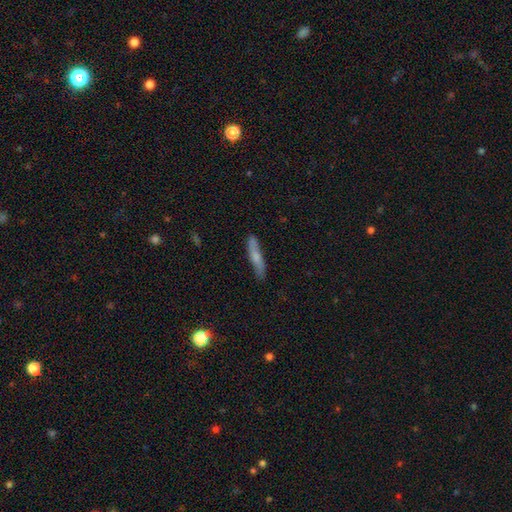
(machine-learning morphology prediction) Smooth or featured?
  - smooth: 59% *
  - featured or disk: 34%
  - star or artifact: 7%
How rounded?
  - cigar-shaped: 89% *
  - in between: 10%
  - round: 2%
Merging?
  - none: 82% *
  - minor disturbance: 14%
  - major disturbance: 3%
  - merger: 2%